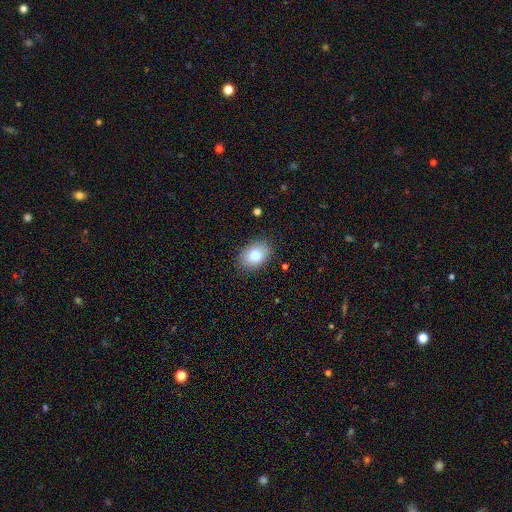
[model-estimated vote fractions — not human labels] Q: Smooth or featured?
A: smooth (81%); runner-up: featured or disk (11%)
Q: How rounded?
A: in between (76%); runner-up: round (23%)
Q: Merging?
A: none (86%); runner-up: minor disturbance (11%)